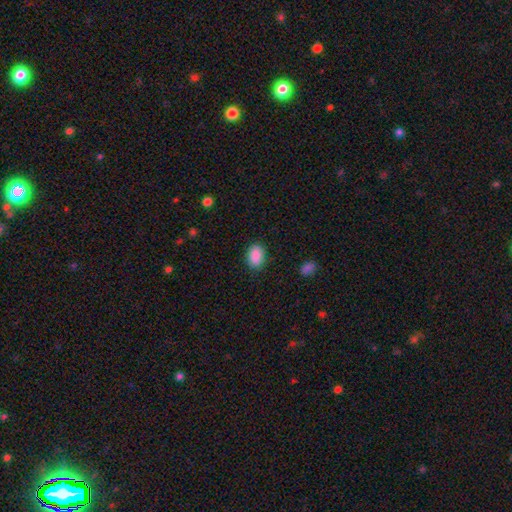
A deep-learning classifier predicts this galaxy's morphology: smooth 89%, star or artifact 8%, featured or disk 3%. Down the decision tree: how rounded — in between (82%); merging — none (84%).